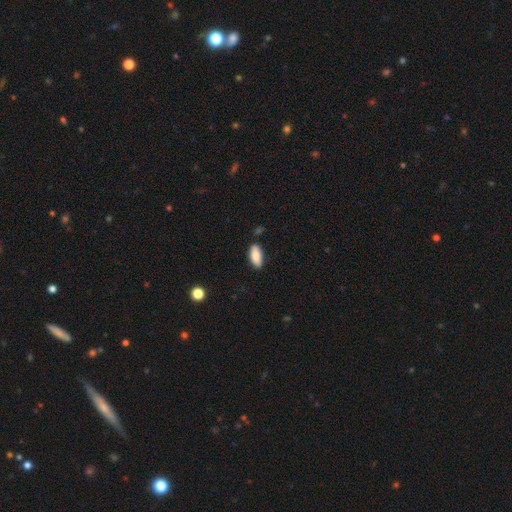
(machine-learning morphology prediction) This appears to be a smooth galaxy with no disk features (86%) that is in between round and cigar-shaped (86%). Merging: none (82%).